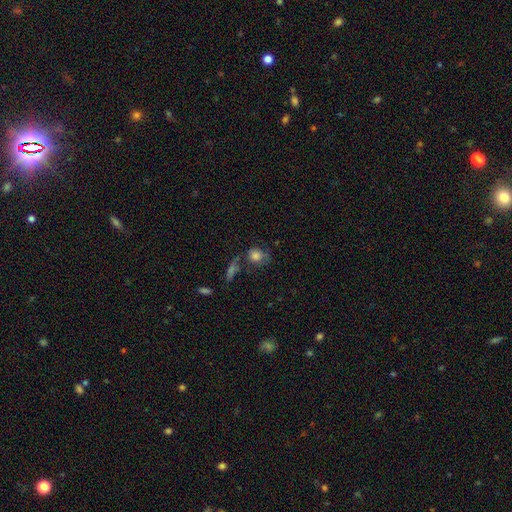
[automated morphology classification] Smooth or featured?
  - smooth: 73% *
  - featured or disk: 16%
  - star or artifact: 11%
How rounded?
  - round: 66% *
  - in between: 32%
  - cigar-shaped: 2%
Merging?
  - none: 50% *
  - minor disturbance: 23%
  - major disturbance: 14%
  - merger: 13%